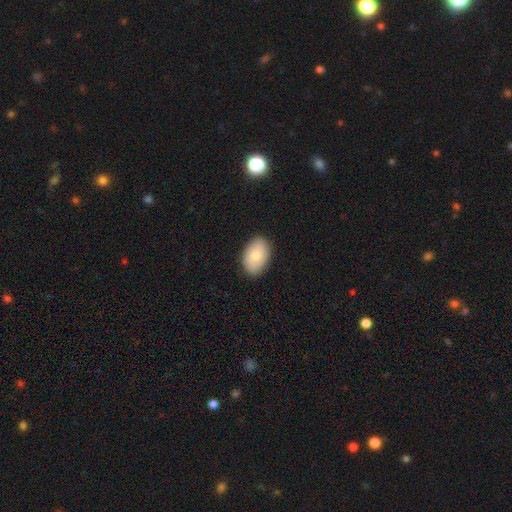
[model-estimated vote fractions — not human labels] smooth_or_featured: smooth (p=0.80) [alt: featured or disk p=0.14]
how_rounded: in between (p=0.89) [alt: round p=0.10]
merging: none (p=0.87) [alt: minor disturbance p=0.10]